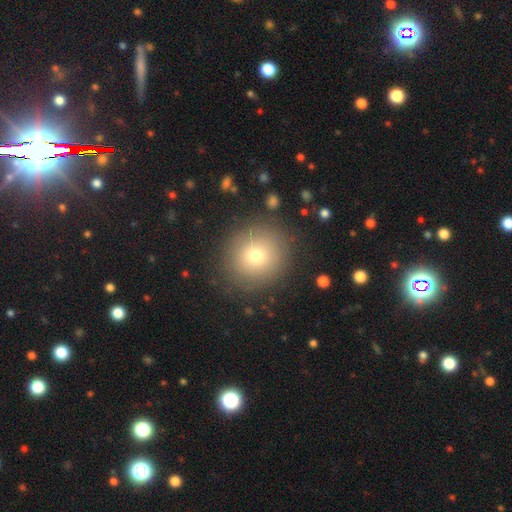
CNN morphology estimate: This is likely a smooth galaxy (72%). How rounded: clearly round (89%). Merging: clearly none (85%).